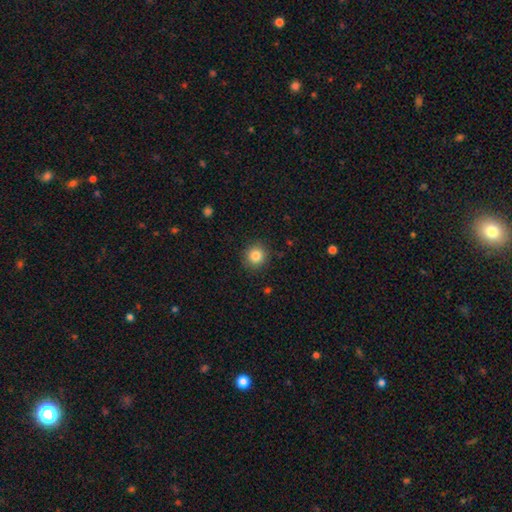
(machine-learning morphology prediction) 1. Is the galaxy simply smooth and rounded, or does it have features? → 84% smooth, 10% star or artifact, 6% featured or disk.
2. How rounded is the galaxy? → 90% round, 9% in between, 1% cigar-shaped.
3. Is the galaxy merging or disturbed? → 90% none, 7% minor disturbance, 2% major disturbance, 1% merger.